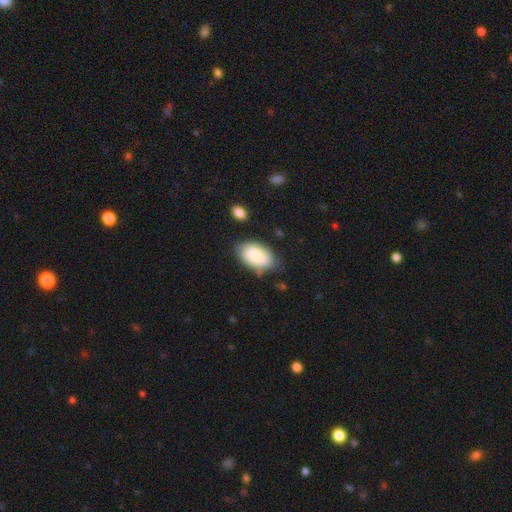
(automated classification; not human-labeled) This is likely a smooth galaxy (75%). How rounded: clearly in between (91%). Merging: likely none (67%).